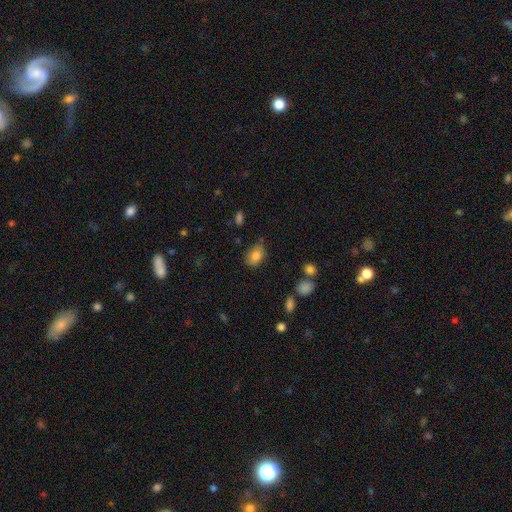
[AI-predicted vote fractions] This appears to be a smooth galaxy with no disk features (82%) that is in between round and cigar-shaped (76%). Merging: none (67%).